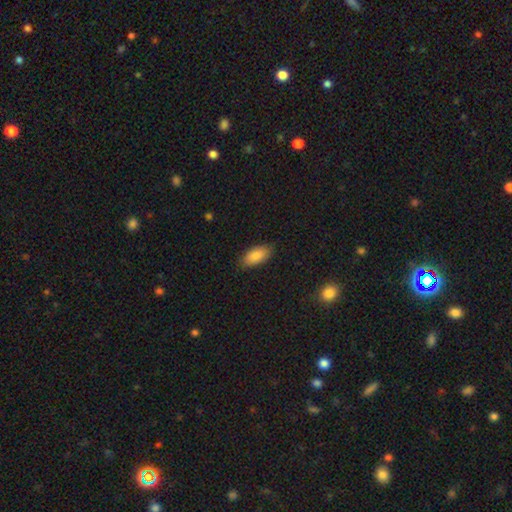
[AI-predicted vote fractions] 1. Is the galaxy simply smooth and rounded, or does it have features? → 85% smooth, 8% featured or disk, 6% star or artifact.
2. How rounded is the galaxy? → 91% in between, 7% cigar-shaped, 2% round.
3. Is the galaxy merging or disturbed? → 84% none, 13% minor disturbance, 2% major disturbance, 1% merger.